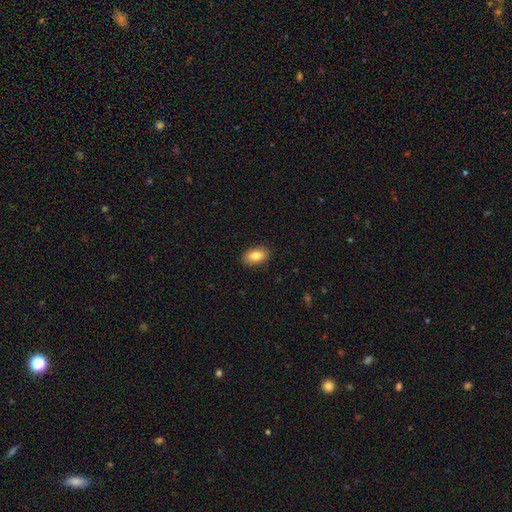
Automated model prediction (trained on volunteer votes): The model was most divided on "smooth or featured": smooth: 84%, featured or disk: 8%, star or artifact: 7%. More confident: how rounded — in between (91%); merging — none (89%).